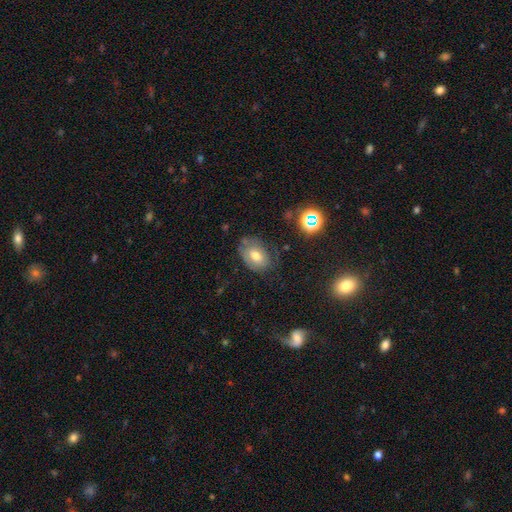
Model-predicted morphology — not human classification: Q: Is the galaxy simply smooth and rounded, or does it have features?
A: smooth — 57%.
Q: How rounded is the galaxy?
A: in between — 82%.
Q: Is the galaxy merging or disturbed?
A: none — 62%.